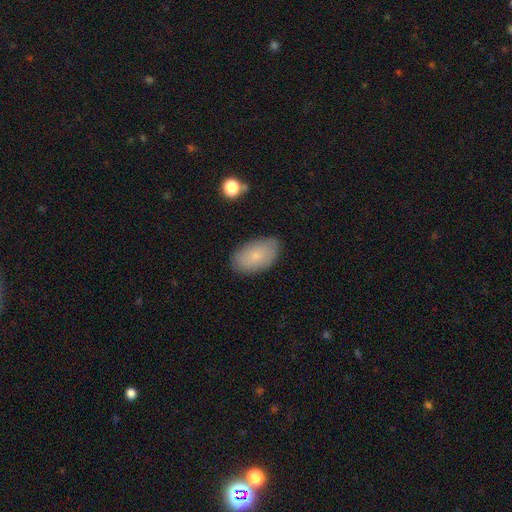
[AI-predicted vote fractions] Smooth or featured? smooth (78%)
How rounded? in between (93%)
Merging? none (82%)